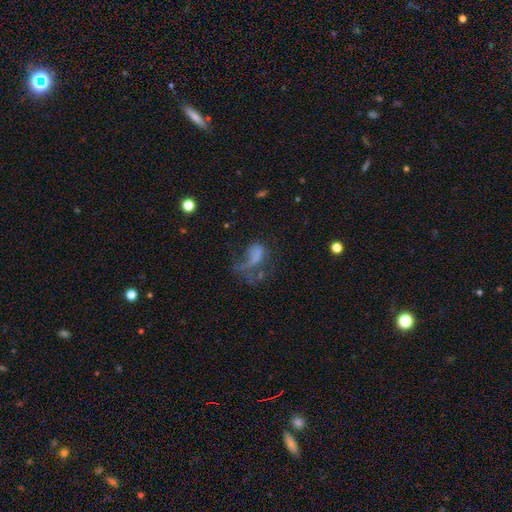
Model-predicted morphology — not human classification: Overall: smooth (45%; featured or disk 37%). Merging: major disturbance (59%; none 20%).